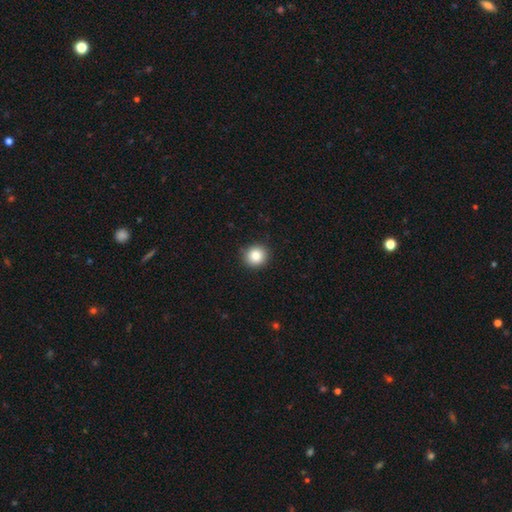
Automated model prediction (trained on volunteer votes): smooth 86%, star or artifact 9%, featured or disk 5%. Down the decision tree: how rounded — round (92%); merging — none (91%).